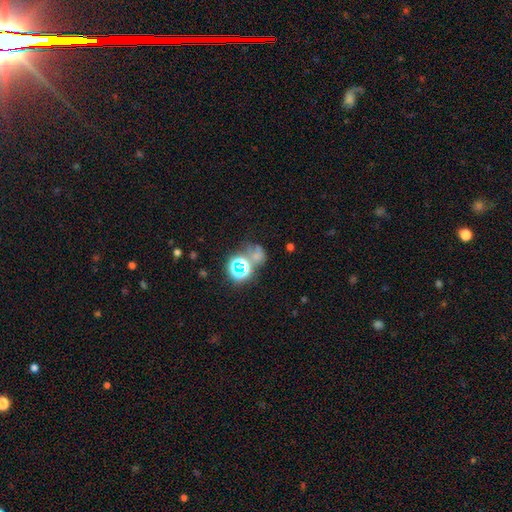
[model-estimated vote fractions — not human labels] Q: Smooth or featured?
A: smooth (43%); tied with: star or artifact (43%)
Q: Merging?
A: none (42%); runner-up: merger (28%)